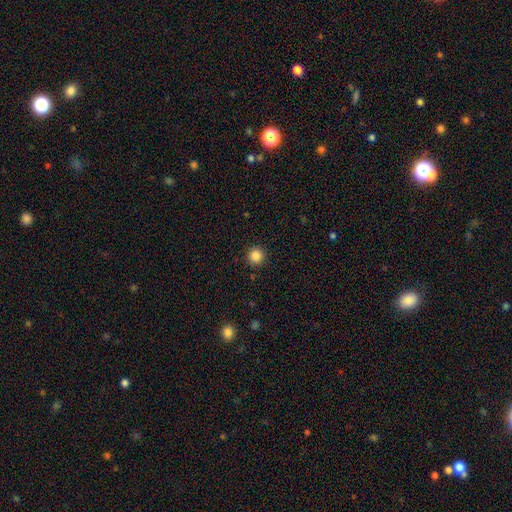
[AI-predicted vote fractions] This appears to be a smooth galaxy with no disk features (85%) that is round (95%). Merging: none (92%).